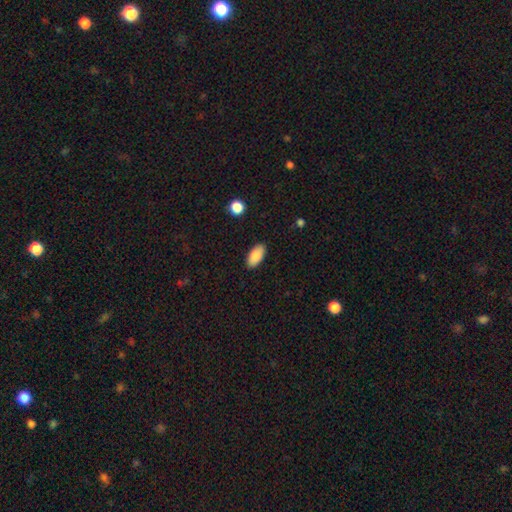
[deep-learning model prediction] This appears to be a smooth galaxy with no disk features (87%) that is in between round and cigar-shaped (93%). Merging: none (89%).